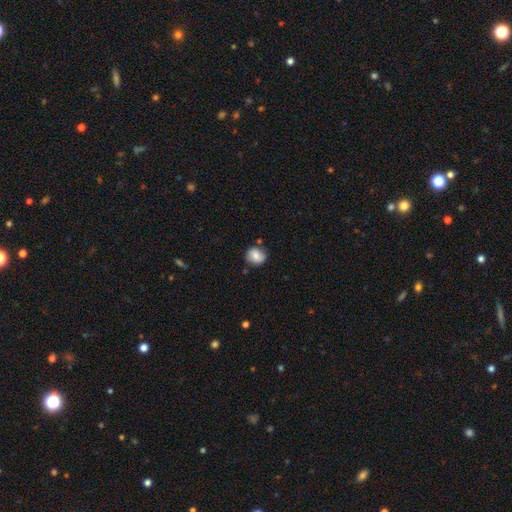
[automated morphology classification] smooth 74%, featured or disk 18%, star or artifact 8%. Down the decision tree: how rounded — round (77%); merging — none (77%).